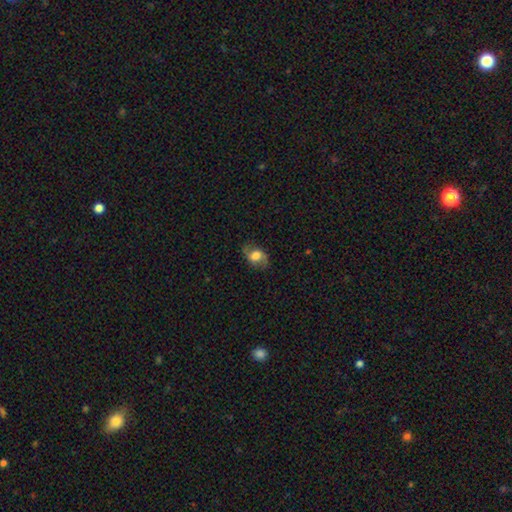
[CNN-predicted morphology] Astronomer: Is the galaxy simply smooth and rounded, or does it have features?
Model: smooth — 49% (runner-up: featured or disk, 42%).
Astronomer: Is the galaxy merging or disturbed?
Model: none — 73%.